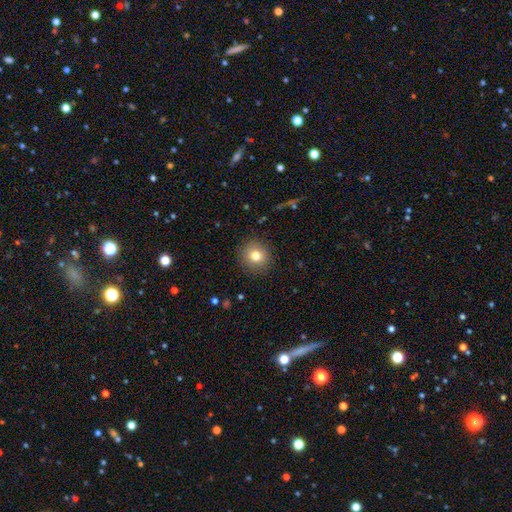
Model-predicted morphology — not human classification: Smooth or featured? Predicted: smooth (p=0.79). How rounded? Predicted: round (p=0.92). Merging? Predicted: none (p=0.90).